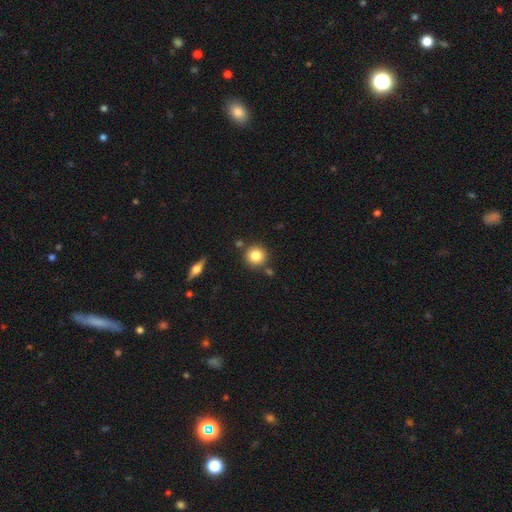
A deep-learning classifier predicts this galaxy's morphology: smooth_or_featured: smooth (p=0.80) [alt: featured or disk p=0.10]
how_rounded: round (p=0.93) [alt: in between p=0.06]
merging: none (p=0.81) [alt: minor disturbance p=0.08]